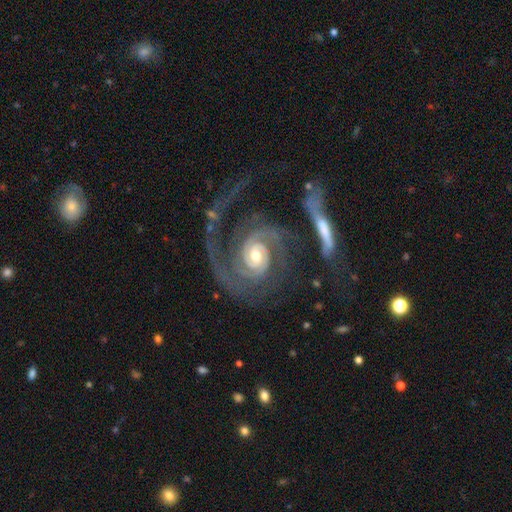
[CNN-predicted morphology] The model was most divided on "bar": no: 53%, weak: 31%, strong: 16%. Remaining: spiral arms — yes (98%); edge-on disk — no (97%); smooth or featured — featured or disk (93%); bulge size — moderate (68%); spiral winding — tight (64%); spiral arm count — 2 (61%); merging — none (47%).